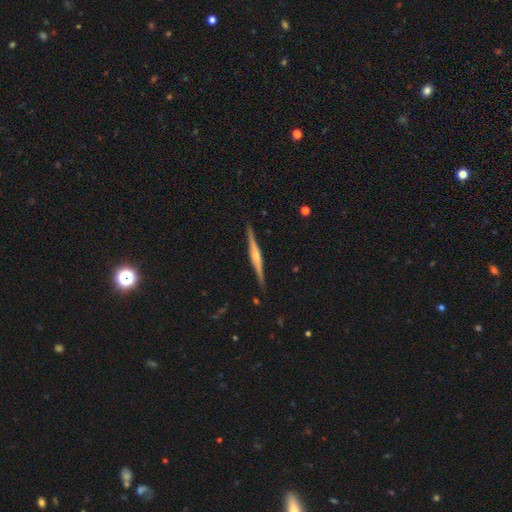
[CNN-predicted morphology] This appears to be a featured or disk galaxy (83%) viewed edge-on (98%) with a rounded central bulge (79%). Merging: none (91%).